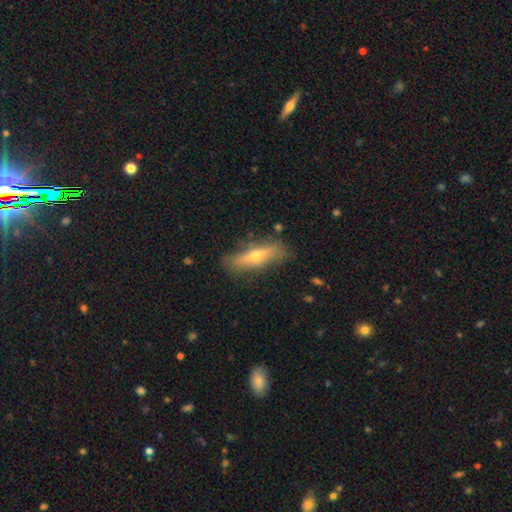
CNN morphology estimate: Smooth or featured? featured or disk (51%)
Edge-on disk? yes (79%)
Merging? none (79%)